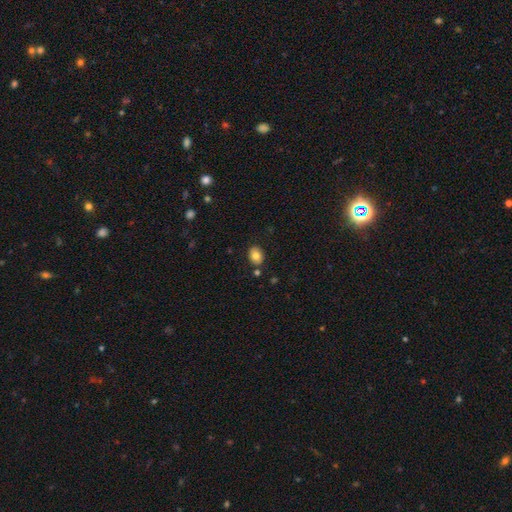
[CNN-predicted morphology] A smooth galaxy with no disk features (80%) that is in between round and cigar-shaped (62%).

Vote fractions:
- Smooth or featured? smooth: 80% / featured or disk: 11% / star or artifact: 9%
- How rounded? in between: 62% / round: 38% / cigar-shaped: 1%
- Merging? none: 82% / minor disturbance: 11% / merger: 5% / major disturbance: 2%